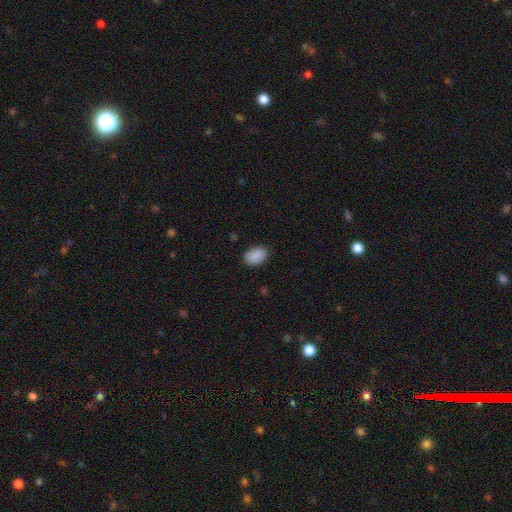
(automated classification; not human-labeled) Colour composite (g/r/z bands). It shows a smooth galaxy with no disk features (90%) that is in between round and cigar-shaped (88%). Merging: none (86%).